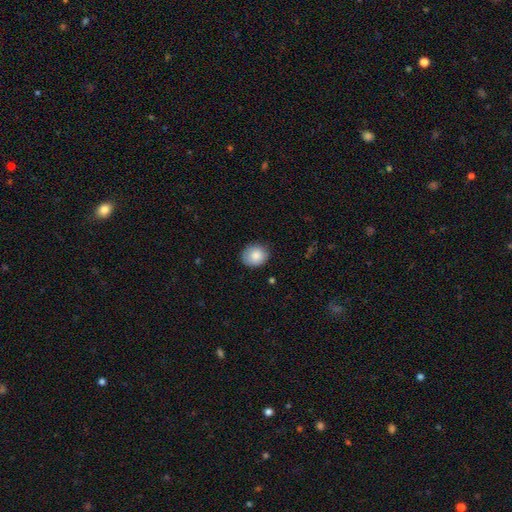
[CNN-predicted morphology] smooth-or-featured: smooth: 85% | featured or disk: 8% | star or artifact: 7%
  how-rounded: round: 68% | in between: 31% | cigar-shaped: 1%
  merging: none: 82% | minor disturbance: 14% | major disturbance: 2% | merger: 1%